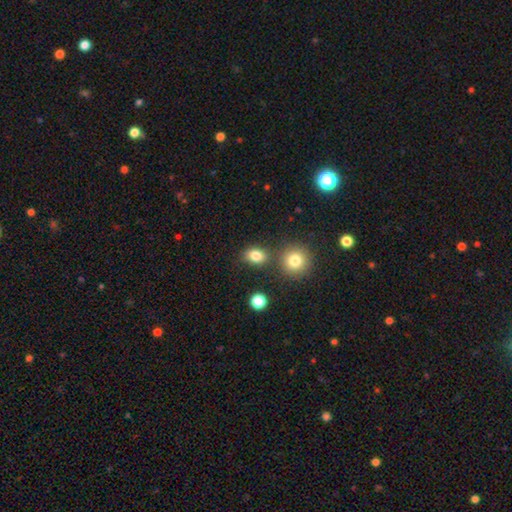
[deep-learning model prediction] A smooth galaxy with no disk features (82%) that is in between round and cigar-shaped (60%). Merging: none (73%).